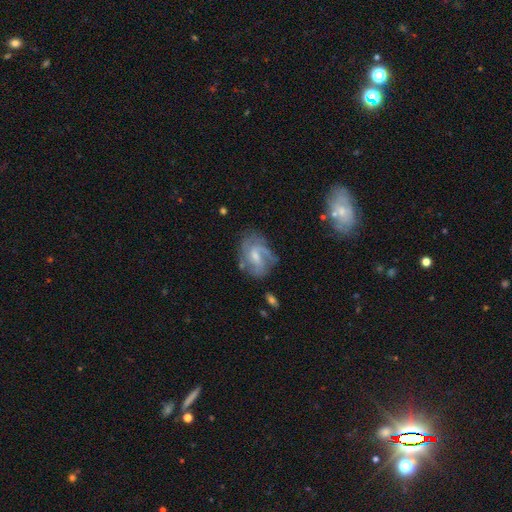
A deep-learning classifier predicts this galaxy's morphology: type=featured or disk (79%); edge-on=no (97%); bar=weak (54%); spiral arms=yes (91%); winding=medium (45%); arm count=2 (34%); bulge=small (46%); merging=none (61%).